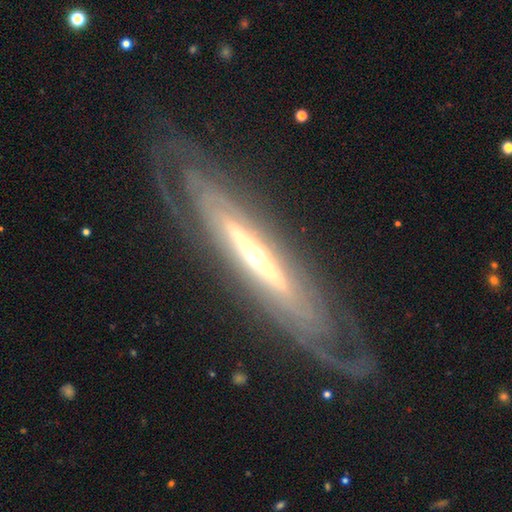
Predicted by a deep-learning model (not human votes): A featured or disk galaxy (87%). Merging: none (72%).